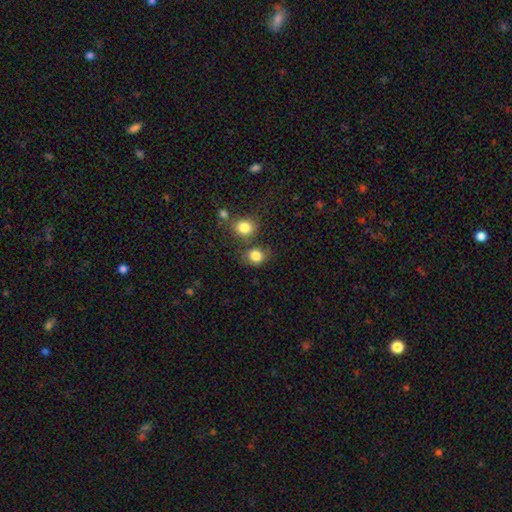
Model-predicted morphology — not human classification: The model was most divided on "how rounded": round: 71%, in between: 28%, cigar-shaped: 1%. More confident: smooth or featured — smooth (83%); merging — none (64%).